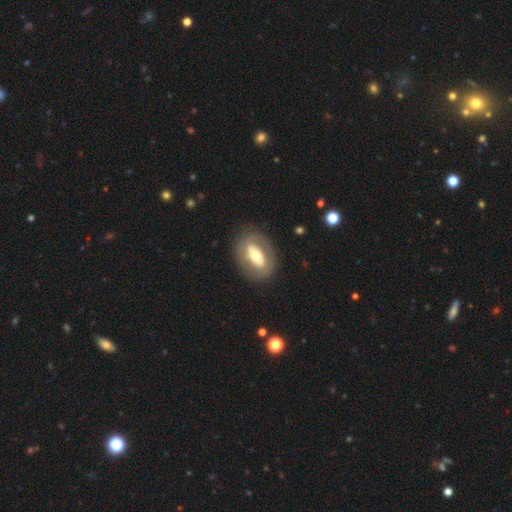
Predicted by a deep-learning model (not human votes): Smooth or featured? featured or disk (51%)
Edge-on disk? no (85%)
Merging? none (82%)